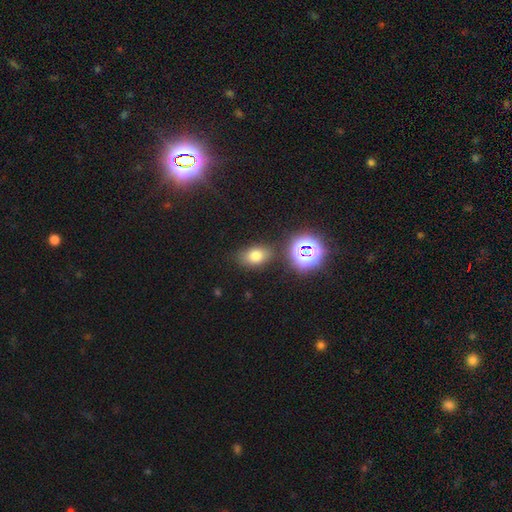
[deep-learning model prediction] The model was most divided on "smooth or featured": smooth: 71%, star or artifact: 19%, featured or disk: 11%. More confident: merging — none (79%); how rounded — in between (76%).